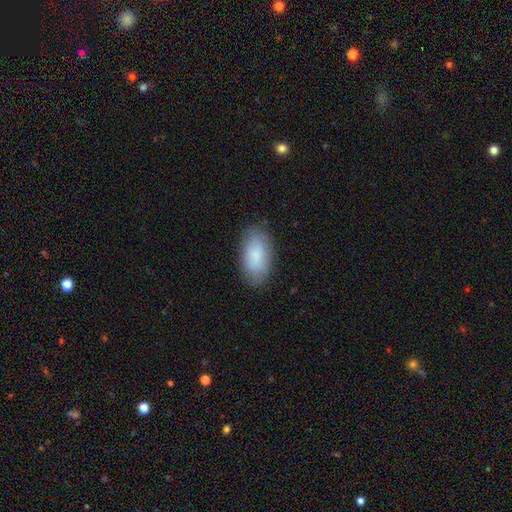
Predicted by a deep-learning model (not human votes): Overall: smooth (83%). How rounded: in between (93%). Merging: none (84%).